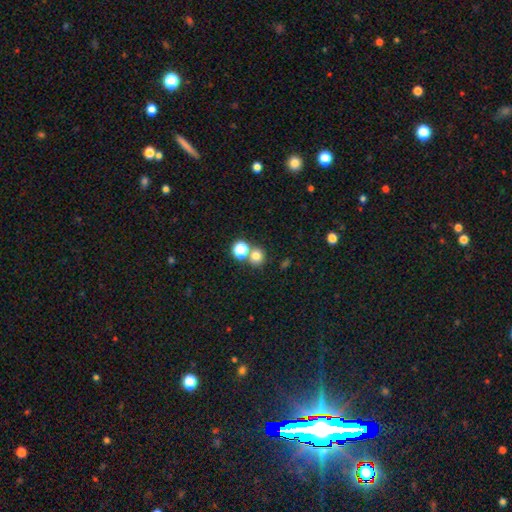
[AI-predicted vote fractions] This appears to be a smooth galaxy with no disk features (75%) that is round (88%). Merging: none (65%).